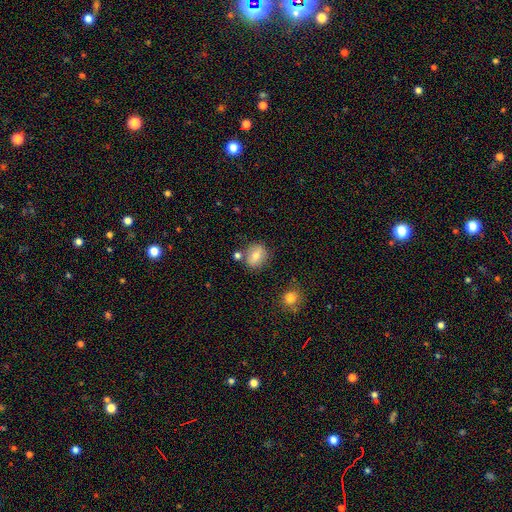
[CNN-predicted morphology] The model was most divided on "how rounded": round: 66%, in between: 32%, cigar-shaped: 1%. More confident: merging — none (75%); smooth or featured — smooth (73%).